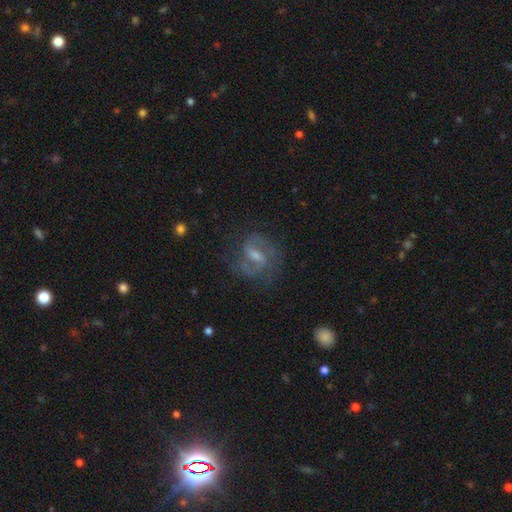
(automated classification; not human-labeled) A featured or disk galaxy (83%) with a weak bar (55%), 2 (87%) medium (57%) spiral arms (94%) and a small central bulge (46%).

Vote fractions:
- Smooth or featured? featured or disk: 83% / smooth: 10% / star or artifact: 7%
- Edge-on disk? no: 97% / yes: 3%
- Bar? weak: 55% / strong: 29% / no: 16%
- Spiral arms? yes: 94% / no: 6%
- Spiral winding? medium: 57% / loose: 23% / tight: 20%
- Spiral arm count? 2: 87% / can't tell: 6% / 1: 3% / 3: 2% / 4: 1% / more than 4: 1%
- Bulge size? small: 46% / moderate: 41% / none: 9% / large: 3% / dominant: 1%
- Merging? none: 69% / minor disturbance: 18% / major disturbance: 11% / merger: 2%